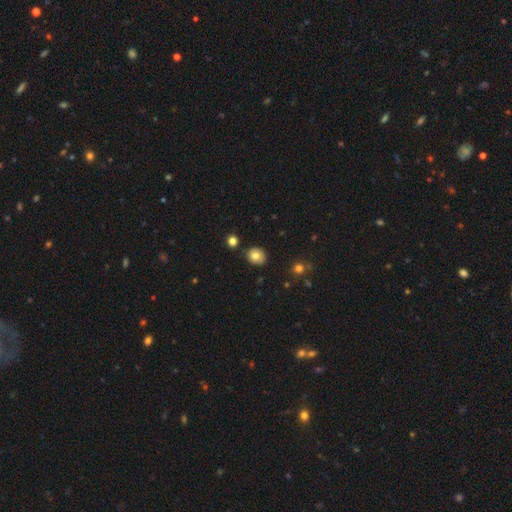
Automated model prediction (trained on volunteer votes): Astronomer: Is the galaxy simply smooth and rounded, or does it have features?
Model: smooth — 78%.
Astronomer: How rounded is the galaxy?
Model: round — 72%.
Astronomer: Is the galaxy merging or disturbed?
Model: none — 86%.